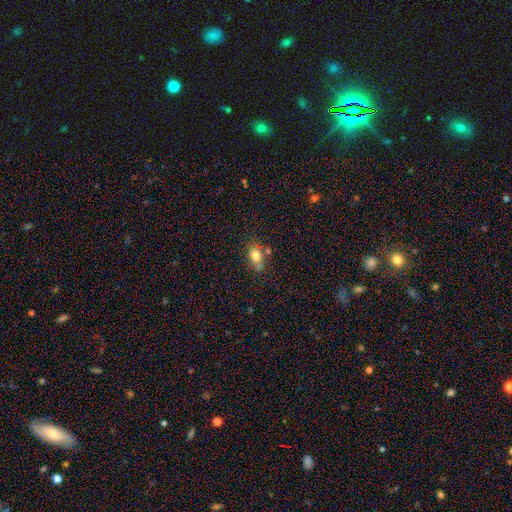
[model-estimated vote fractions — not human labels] A smooth galaxy with no disk features (75%) that is in between round and cigar-shaped (73%). Merging: none (56%).